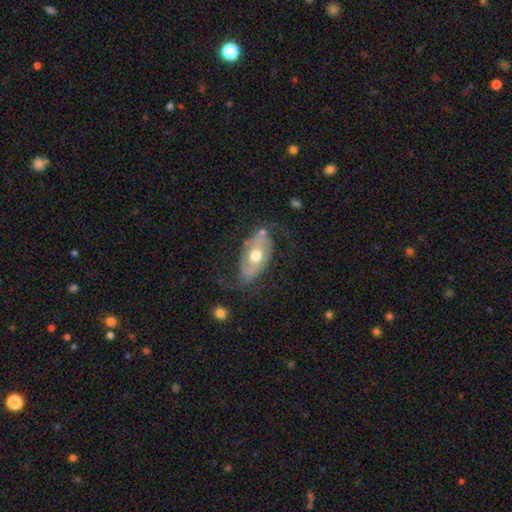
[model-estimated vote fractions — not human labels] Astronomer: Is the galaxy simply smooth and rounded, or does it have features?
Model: featured or disk — 67%.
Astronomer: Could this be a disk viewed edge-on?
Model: no — 91%.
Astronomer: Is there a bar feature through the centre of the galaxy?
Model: no — 64%.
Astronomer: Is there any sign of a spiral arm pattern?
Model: yes — 71%.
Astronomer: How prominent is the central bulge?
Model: moderate — 75%.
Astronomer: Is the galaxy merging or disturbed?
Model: none — 57%.